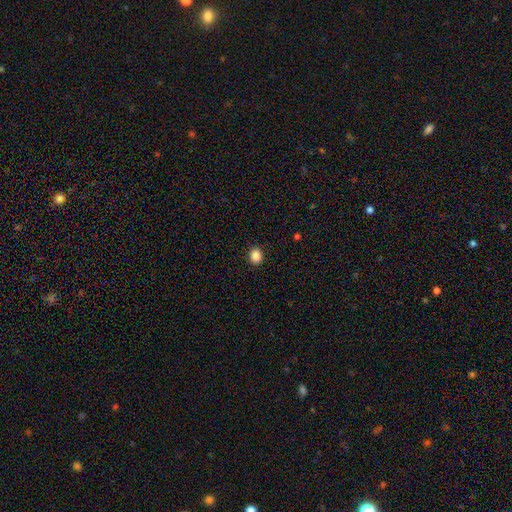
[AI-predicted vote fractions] A smooth galaxy with no disk features (87%) that is round (60%).

Vote fractions:
- Smooth or featured? smooth: 87% / star or artifact: 10% / featured or disk: 3%
- How rounded? round: 60% / in between: 40% / cigar-shaped: 1%
- Merging? none: 91% / minor disturbance: 6% / major disturbance: 2% / merger: 1%